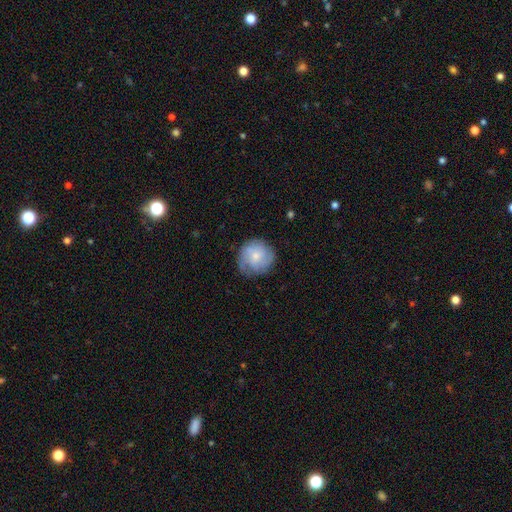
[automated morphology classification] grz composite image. It shows a smooth galaxy with no disk features (48%). Merging: none (72%).